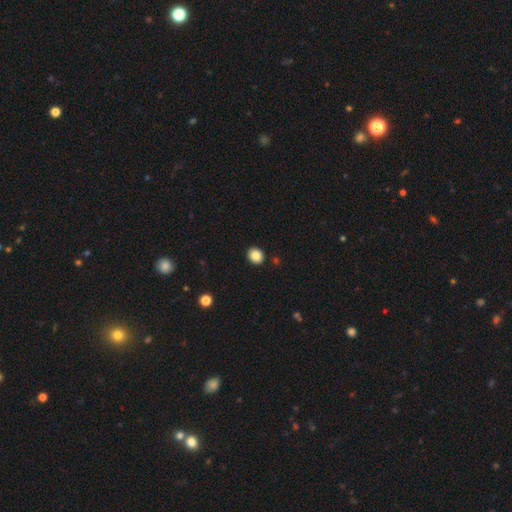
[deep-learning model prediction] Overall: smooth (85%). How rounded: round (60%; in between 39%). Merging: none (91%).